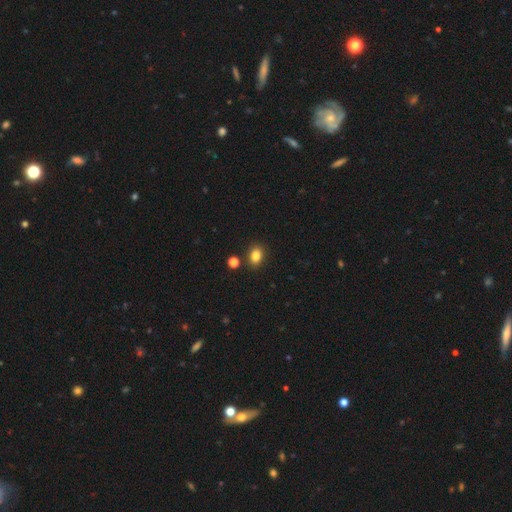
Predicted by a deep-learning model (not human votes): Smooth or featured: smooth — 83% (star or artifact — 11%)
How rounded: in between — 69% (round — 30%)
Merging: none — 83% (minor disturbance — 9%)